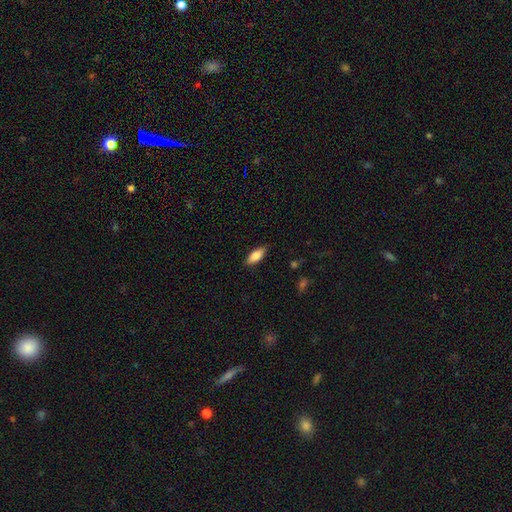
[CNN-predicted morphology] smooth-or-featured: smooth: 82% | featured or disk: 12% | star or artifact: 6%
  how-rounded: in between: 78% | cigar-shaped: 20% | round: 2%
  merging: none: 85% | minor disturbance: 11% | major disturbance: 2% | merger: 1%